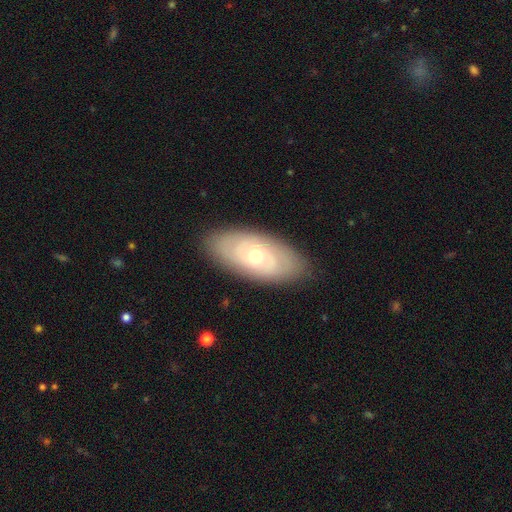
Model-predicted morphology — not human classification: Smooth or featured? Predicted: featured or disk (p=0.68). Edge-on disk? Predicted: no (p=0.90). Bar? Predicted: no (p=0.74). Spiral arms? Predicted: yes (p=0.73). Bulge size? Predicted: moderate (p=0.59). Merging? Predicted: none (p=0.85).